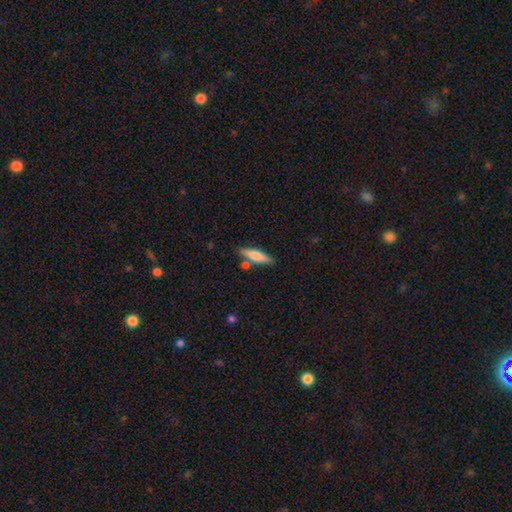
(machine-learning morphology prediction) Smooth or featured?
  - smooth: 66% *
  - featured or disk: 28%
  - star or artifact: 6%
How rounded?
  - cigar-shaped: 72% *
  - in between: 26%
  - round: 2%
Merging?
  - none: 77% *
  - minor disturbance: 11%
  - merger: 9%
  - major disturbance: 3%